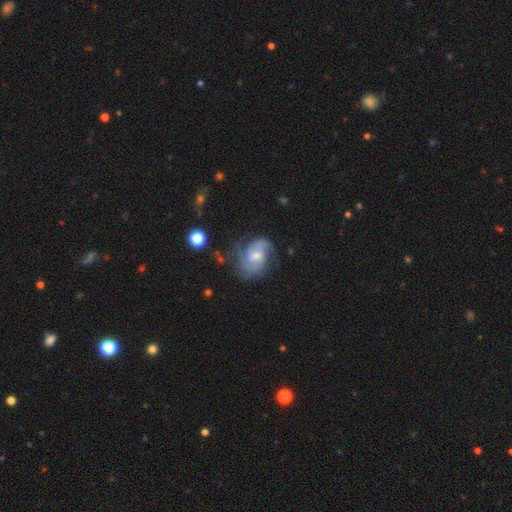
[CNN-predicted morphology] Smooth or featured?
  - featured or disk: 79% *
  - smooth: 15%
  - star or artifact: 6%
Edge-on disk?
  - no: 97% *
  - yes: 3%
Bar?
  - weak: 48% *
  - no: 41%
  - strong: 11%
Spiral arms?
  - yes: 93% *
  - no: 7%
Spiral winding?
  - medium: 47% *
  - tight: 30%
  - loose: 22%
Spiral arm count?
  - 2: 49% *
  - can't tell: 20%
  - 3: 19%
  - 1: 5%
  - 4: 4%
  - more than 4: 3%
Bulge size?
  - moderate: 46% * (tied)
  - small: 46% * (tied)
  - none: 4%
  - large: 4%
  - dominant: 1%
Merging?
  - none: 57% *
  - minor disturbance: 24%
  - major disturbance: 17%
  - merger: 3%